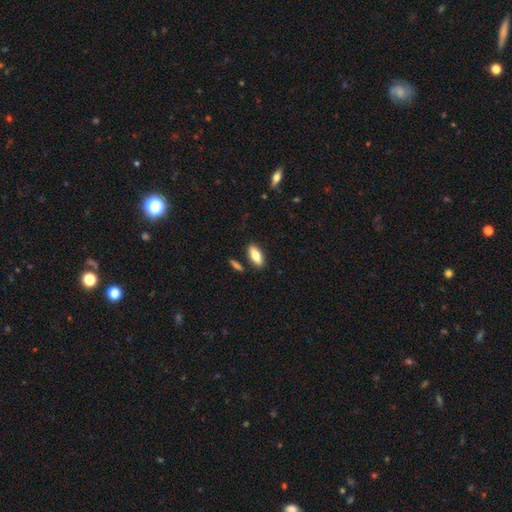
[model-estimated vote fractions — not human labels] Smooth or featured? Predicted: smooth (p=0.74). How rounded? Predicted: in between (p=0.80). Merging? Predicted: none (p=0.84).